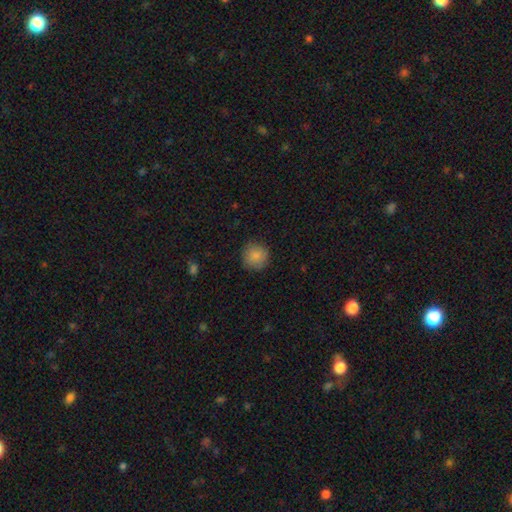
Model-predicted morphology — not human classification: Q: Smooth or featured?
A: smooth (86%); runner-up: star or artifact (8%)
Q: How rounded?
A: round (93%); runner-up: in between (6%)
Q: Merging?
A: none (87%); runner-up: minor disturbance (10%)